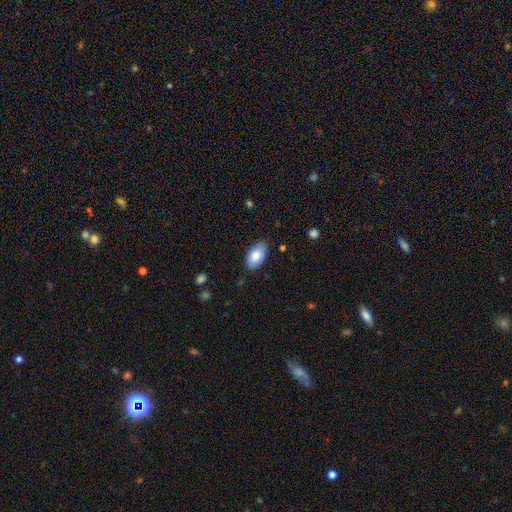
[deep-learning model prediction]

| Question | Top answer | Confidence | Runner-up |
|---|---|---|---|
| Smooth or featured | smooth | 81% | featured or disk (13%) |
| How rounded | in between | 95% | round (3%) |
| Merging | none | 83% | minor disturbance (14%) |